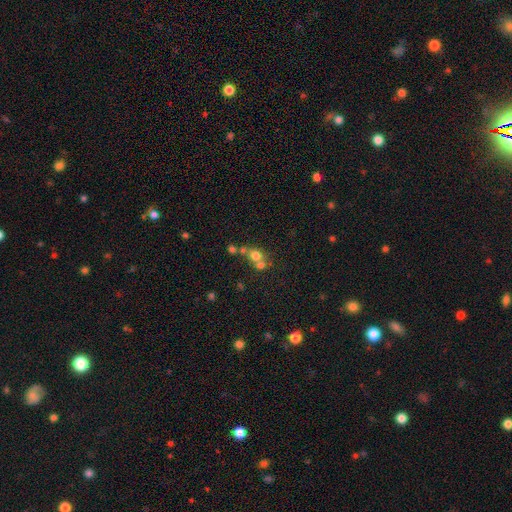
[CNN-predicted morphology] Smooth or featured? smooth (67%)
How rounded? round (76%)
Merging? merger (52%)